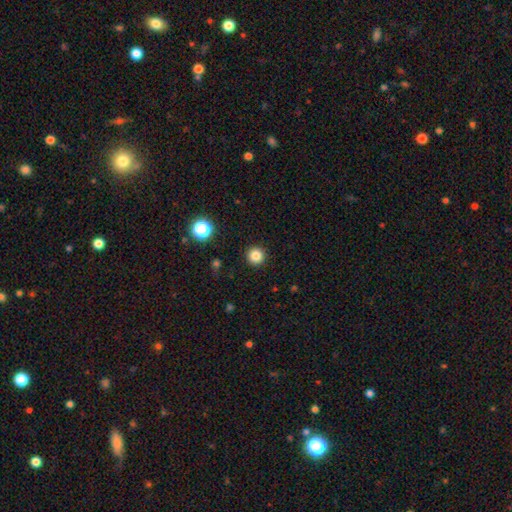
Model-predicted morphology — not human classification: This is clearly a smooth galaxy (83%). How rounded: clearly round (96%). Merging: clearly none (93%).